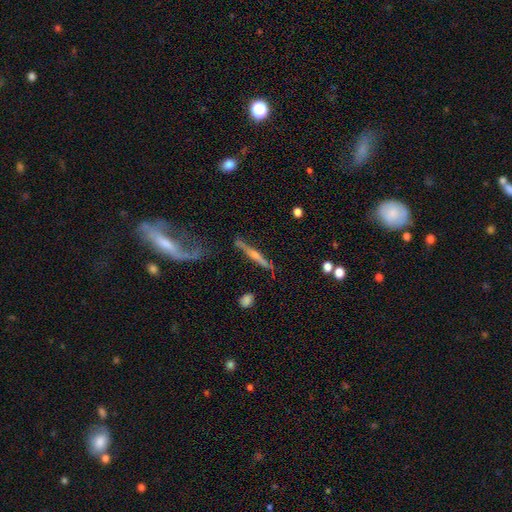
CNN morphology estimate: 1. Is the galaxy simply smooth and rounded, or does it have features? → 60% featured or disk, 33% smooth, 7% star or artifact.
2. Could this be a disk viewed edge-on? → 94% yes, 6% no.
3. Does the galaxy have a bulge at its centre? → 58% rounded, 30% none, 13% boxy.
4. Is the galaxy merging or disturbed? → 72% none, 16% minor disturbance, 7% major disturbance, 6% merger.